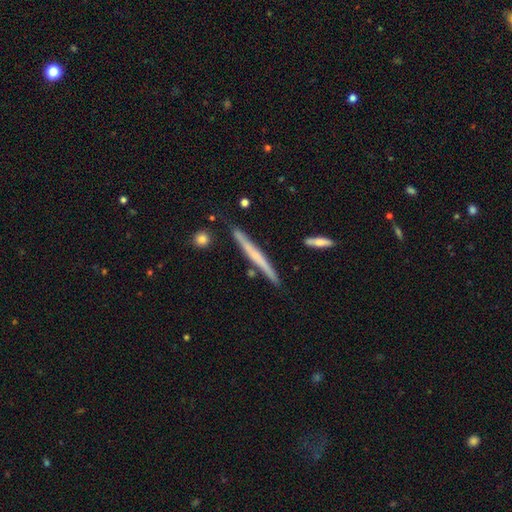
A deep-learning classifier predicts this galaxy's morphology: A featured or disk galaxy (55%) viewed edge-on (96%) with no central bulge (73%). Merging: none (85%).